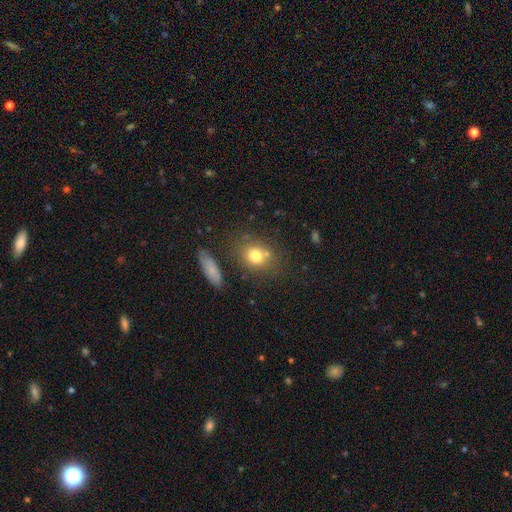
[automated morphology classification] A smooth galaxy with no disk features (76%) that is round (59%).

Vote fractions:
- Smooth or featured? smooth: 76% / featured or disk: 12% / star or artifact: 12%
- How rounded? round: 59% / in between: 39% / cigar-shaped: 2%
- Merging? none: 67% / merger: 15% / minor disturbance: 14% / major disturbance: 5%